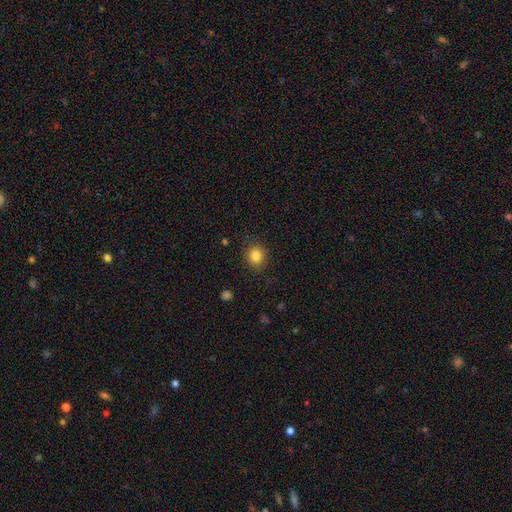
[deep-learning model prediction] Morphology: type=smooth (84%); roundness=round (86%); merging=none (88%).